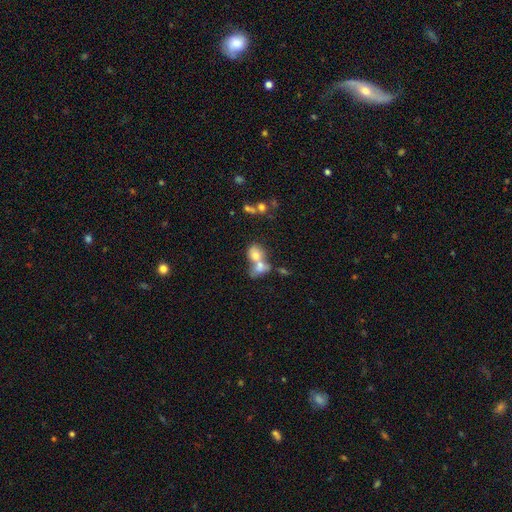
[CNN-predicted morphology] smooth-or-featured: smooth: 68% | featured or disk: 21% | star or artifact: 11%
  how-rounded: in between: 57% | round: 41% | cigar-shaped: 2%
  merging: merger: 72% | none: 17% | minor disturbance: 6% | major disturbance: 4%